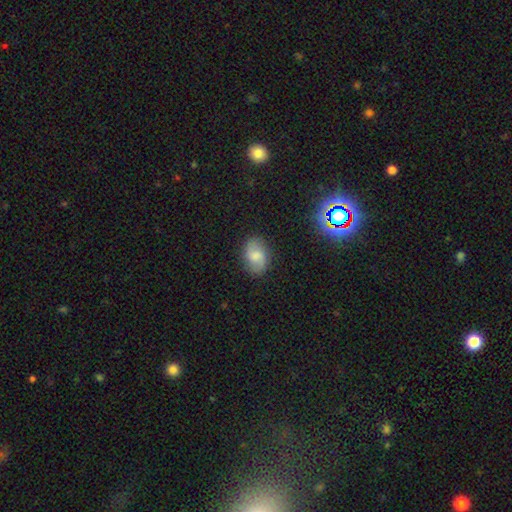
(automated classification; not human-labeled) smooth 55%, featured or disk 36%, star or artifact 9%. Down the decision tree: how rounded — in between (78%); merging — none (82%).